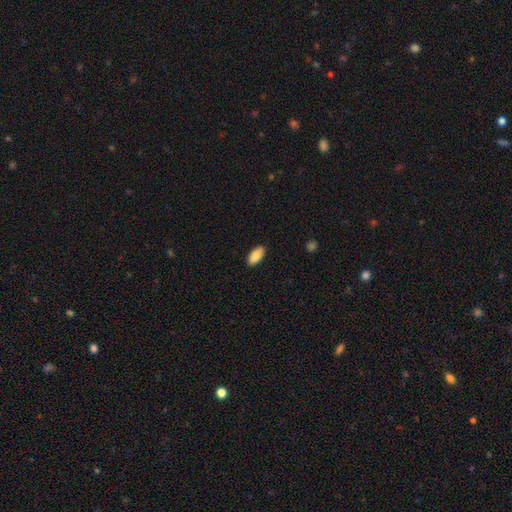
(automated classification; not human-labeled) smooth 88%, star or artifact 6%, featured or disk 5%. Down the decision tree: how rounded — in between (90%); merging — none (89%).